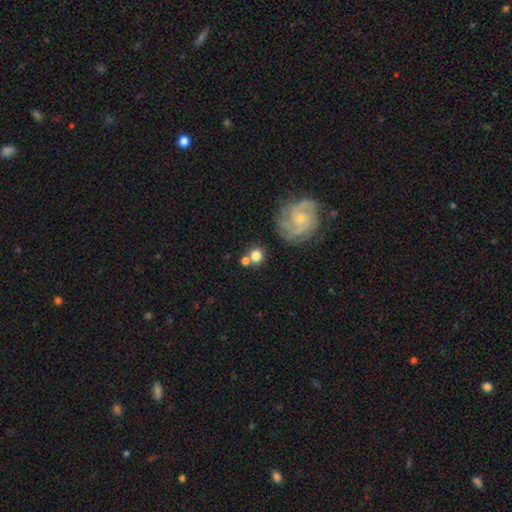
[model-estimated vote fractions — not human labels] smooth-or-featured: smooth: 67% | featured or disk: 23% | star or artifact: 10%
  how-rounded: round: 89% | in between: 10% | cigar-shaped: 1%
  merging: none: 70% | merger: 15% | minor disturbance: 10% | major disturbance: 5%